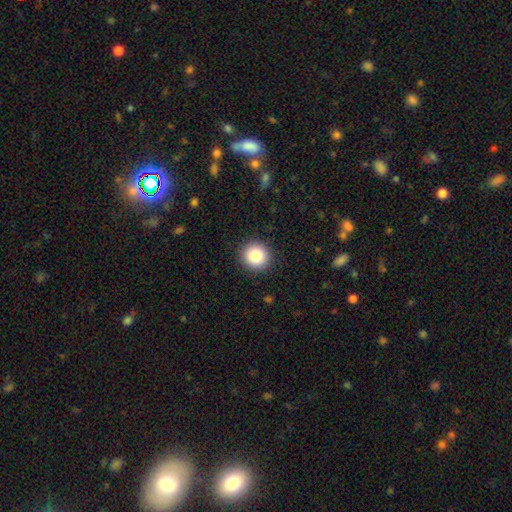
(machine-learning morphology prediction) Q: Smooth or featured?
A: smooth (84%); runner-up: star or artifact (10%)
Q: How rounded?
A: round (94%); runner-up: in between (5%)
Q: Merging?
A: none (92%); runner-up: minor disturbance (5%)